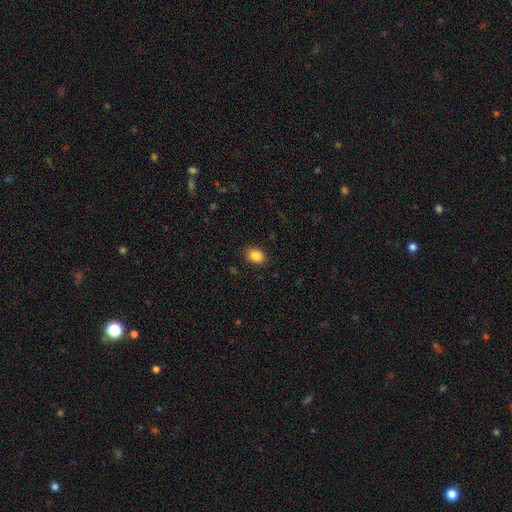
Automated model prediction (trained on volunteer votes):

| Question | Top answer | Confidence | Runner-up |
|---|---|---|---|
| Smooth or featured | smooth | 86% | star or artifact (9%) |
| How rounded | in between | 65% | round (34%) |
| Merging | none | 88% | minor disturbance (9%) |